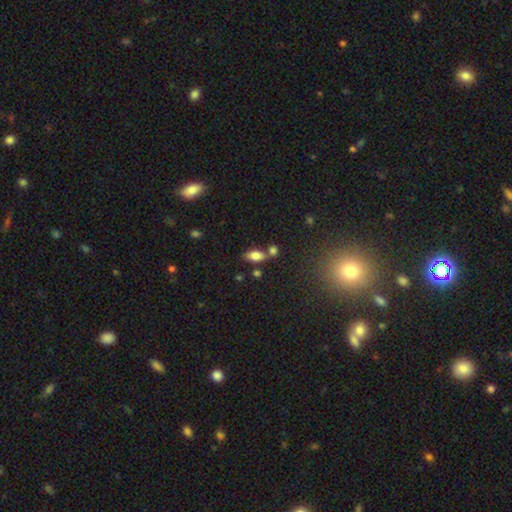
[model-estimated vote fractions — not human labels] Q: Smooth or featured?
A: smooth (78%); runner-up: featured or disk (13%)
Q: How rounded?
A: in between (85%); runner-up: cigar-shaped (11%)
Q: Merging?
A: none (60%); runner-up: merger (24%)